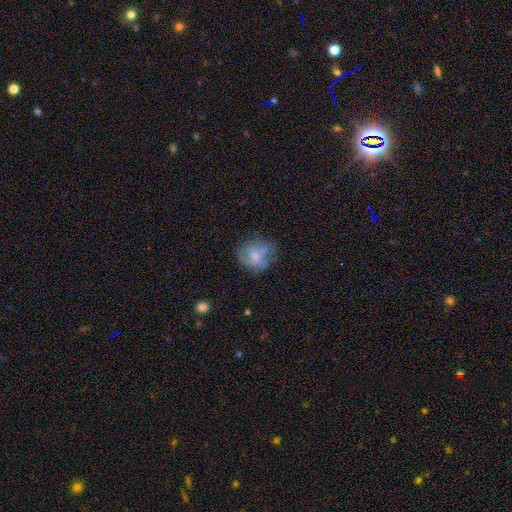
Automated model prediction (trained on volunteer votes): Overall: smooth (50%; featured or disk 41%). Merging: none (48%; minor disturbance 25%).